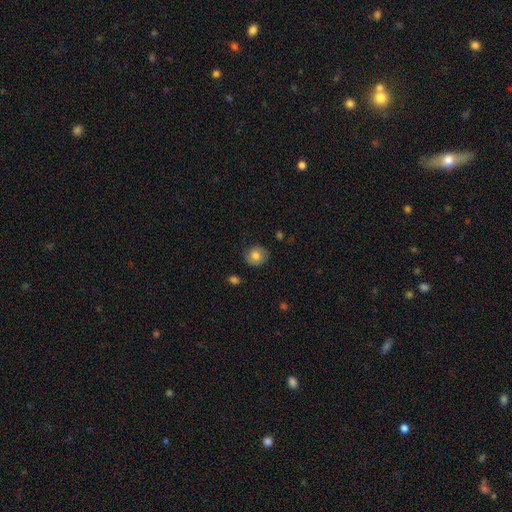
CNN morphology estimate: Overall: smooth (78%). How rounded: round (81%). Merging: none (82%).